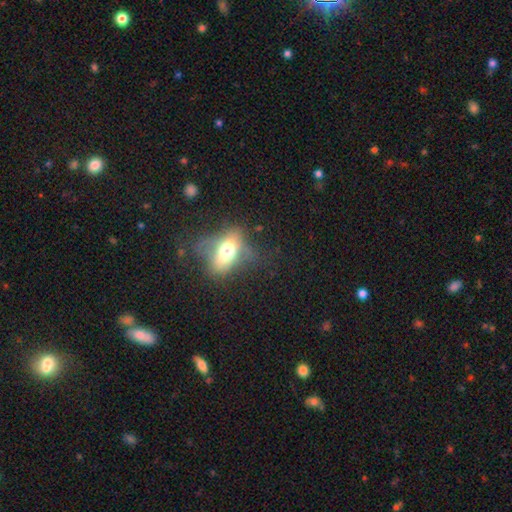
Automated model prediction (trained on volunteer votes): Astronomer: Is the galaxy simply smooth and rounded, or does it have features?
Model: featured or disk — 45% (runner-up: smooth, 35%).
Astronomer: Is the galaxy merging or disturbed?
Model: none — 67%.